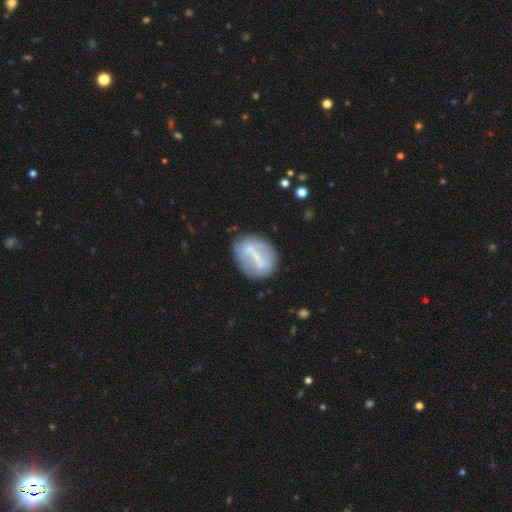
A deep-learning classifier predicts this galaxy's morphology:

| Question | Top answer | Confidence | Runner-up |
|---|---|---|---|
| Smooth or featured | featured or disk | 59% | smooth (34%) |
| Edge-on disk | no | 93% | yes (7%) |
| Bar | strong | 64% | weak (25%) |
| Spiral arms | no | 68% | yes (32%) |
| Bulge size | small | 42% | none (34%) |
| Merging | none | 70% | minor disturbance (19%) |